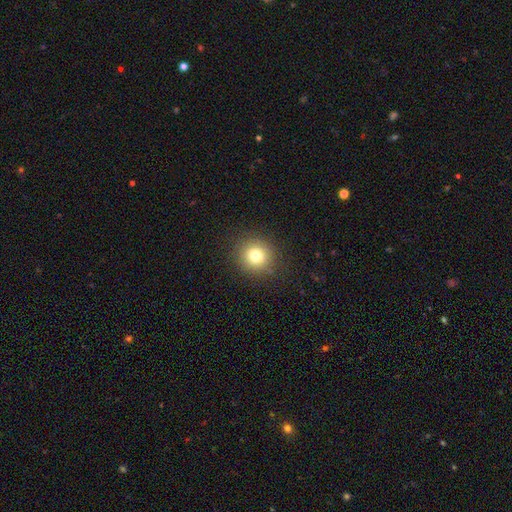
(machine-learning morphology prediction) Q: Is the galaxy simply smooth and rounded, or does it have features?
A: smooth — 78%.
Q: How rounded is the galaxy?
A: round — 92%.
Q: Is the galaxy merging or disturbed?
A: none — 89%.